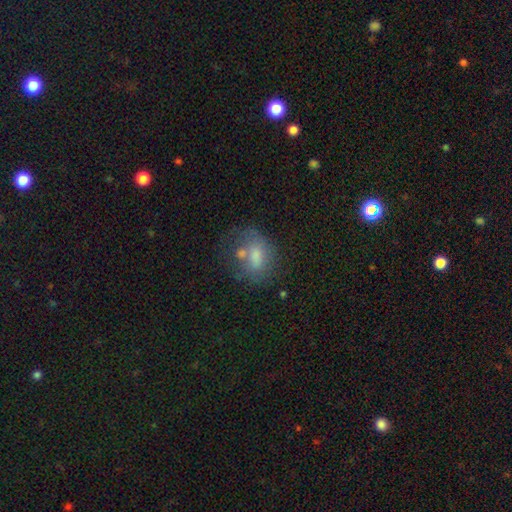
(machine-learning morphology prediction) type=smooth (61%); roundness=in between (70%); merging=none (45%).